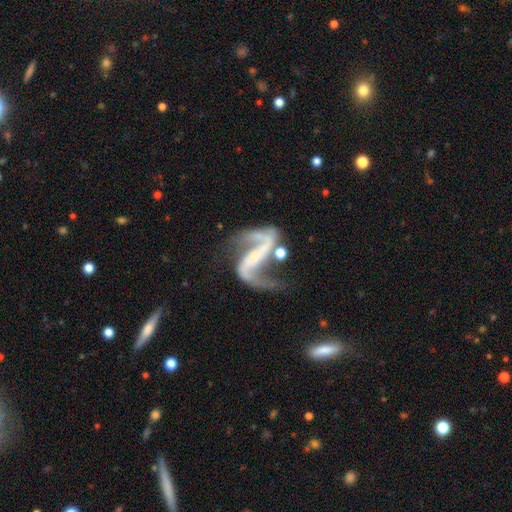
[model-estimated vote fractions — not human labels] A featured or disk galaxy (92%) with a strong bar (44%), 2 (92%) loose (69%) spiral arms (97%) and a small central bulge (53%). Merging: none (50%).